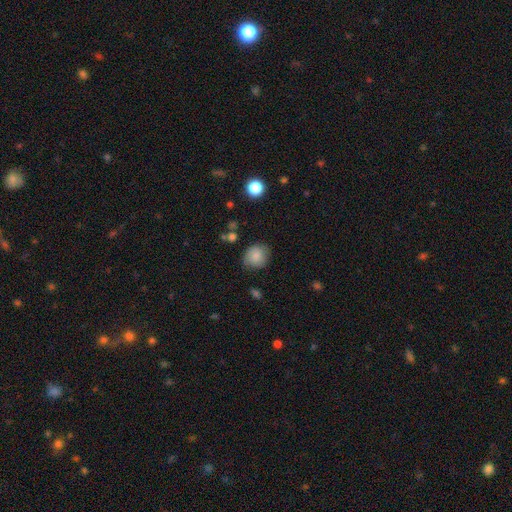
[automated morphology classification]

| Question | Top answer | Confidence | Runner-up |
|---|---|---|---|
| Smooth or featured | smooth | 82% | featured or disk (9%) |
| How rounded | round | 76% | in between (23%) |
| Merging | none | 76% | minor disturbance (18%) |